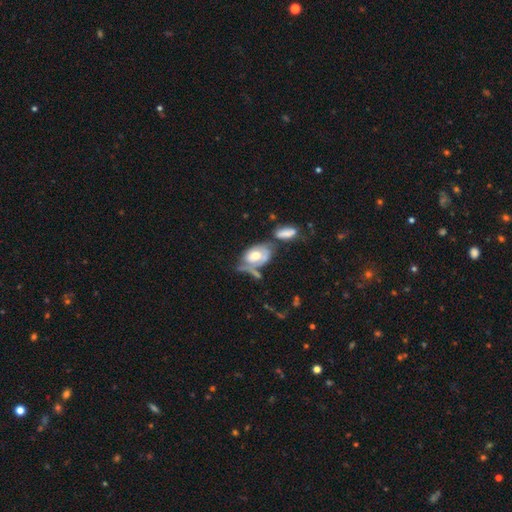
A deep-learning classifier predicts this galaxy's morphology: Smooth or featured? featured or disk (49%)
Merging? merger (28%)